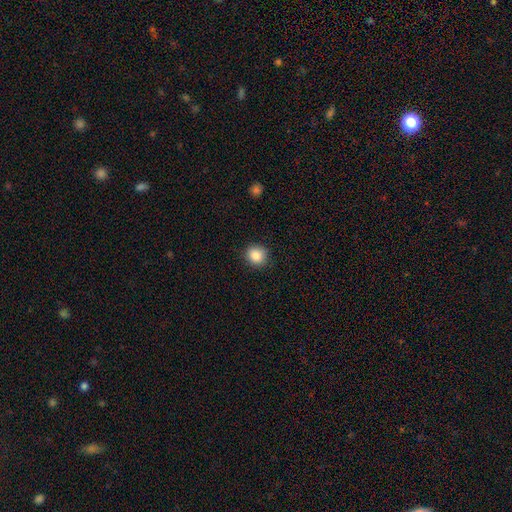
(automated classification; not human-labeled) Q: Smooth or featured?
A: smooth (87%); runner-up: star or artifact (9%)
Q: How rounded?
A: round (87%); runner-up: in between (12%)
Q: Merging?
A: none (89%); runner-up: minor disturbance (8%)